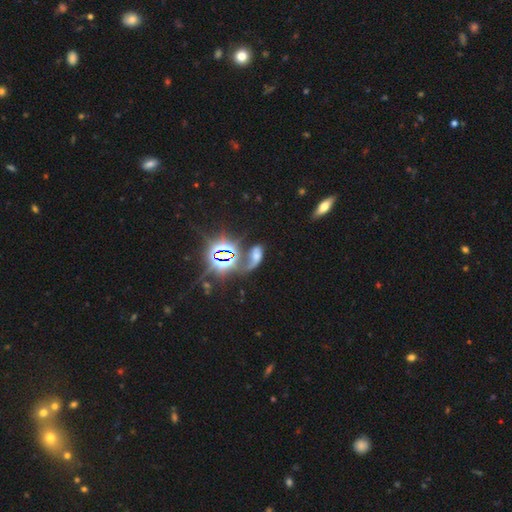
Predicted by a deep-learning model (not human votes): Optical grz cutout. It shows a star or artifact, not a galaxy (39%).